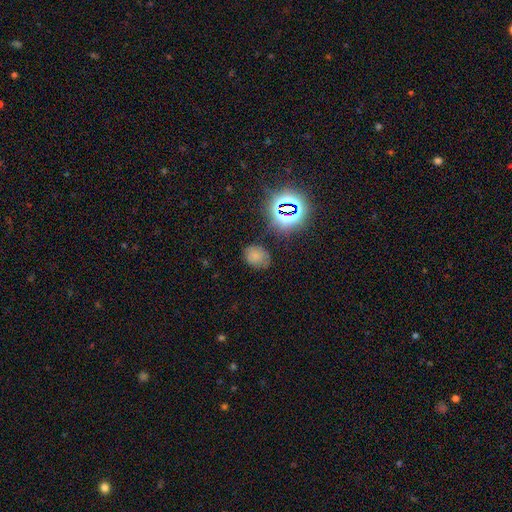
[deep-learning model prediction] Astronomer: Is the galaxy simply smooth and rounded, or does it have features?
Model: smooth — 64%.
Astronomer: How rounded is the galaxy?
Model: round — 51% (runner-up: in between, 48%).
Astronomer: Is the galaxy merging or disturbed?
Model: none — 70%.